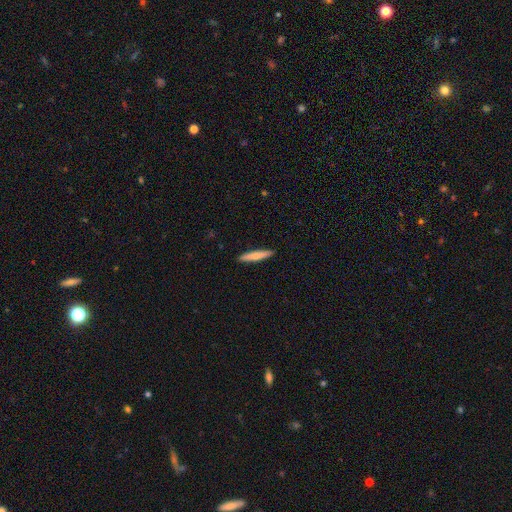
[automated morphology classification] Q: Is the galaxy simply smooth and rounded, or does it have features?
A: smooth — 73%.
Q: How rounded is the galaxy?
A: cigar-shaped — 92%.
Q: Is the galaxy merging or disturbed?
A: none — 92%.